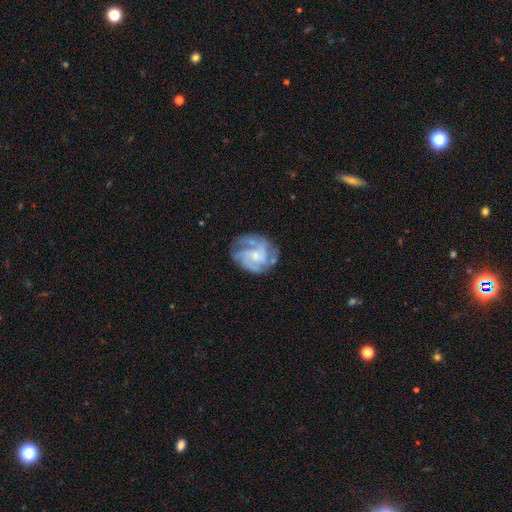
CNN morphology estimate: smooth-or-featured: featured or disk: 82% | smooth: 12% | star or artifact: 6%
  disk-edge-on: no: 98% | yes: 2%
    bar: no: 59% | weak: 34% | strong: 6%
    has-spiral-arms: yes: 92% | no: 8%
      spiral-winding: medium: 46% | tight: 40% | loose: 14%
      spiral-arm-count: 3: 38% | can't tell: 20% | 2: 18% | 4: 15% | 1: 5% | more than 4: 5%
    bulge-size: small: 53% | moderate: 29% | none: 14% | large: 3% | dominant: 1%
  merging: none: 63% | minor disturbance: 21% | major disturbance: 13% | merger: 3%